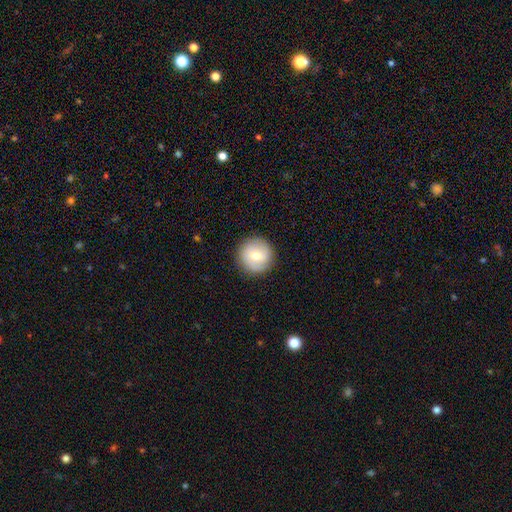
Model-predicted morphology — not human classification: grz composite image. It shows a smooth galaxy with no disk features (65%) that is round (95%). Merging: none (89%).